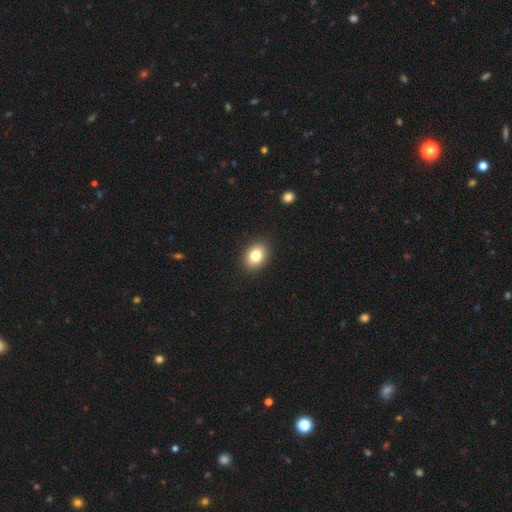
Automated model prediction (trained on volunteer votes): smooth 82%, star or artifact 9%, featured or disk 9%. Down the decision tree: how rounded — in between (67%); merging — none (90%).